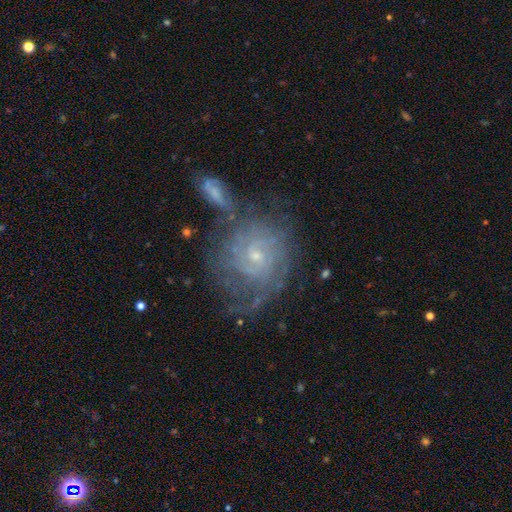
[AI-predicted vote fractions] The model was most divided on "bar": no: 61%, weak: 33%, strong: 6%. Remaining: edge-on disk — no (97%); spiral arms — yes (91%); smooth or featured — featured or disk (79%); bulge size — small (72%); spiral winding — tight (69%); merging — none (50%); spiral arm count — can't tell (49%).